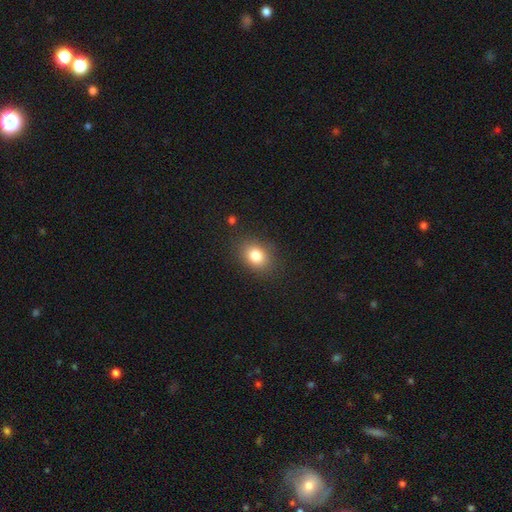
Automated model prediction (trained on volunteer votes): A smooth galaxy with no disk features (82%) that is in between round and cigar-shaped (58%). Merging: none (85%).